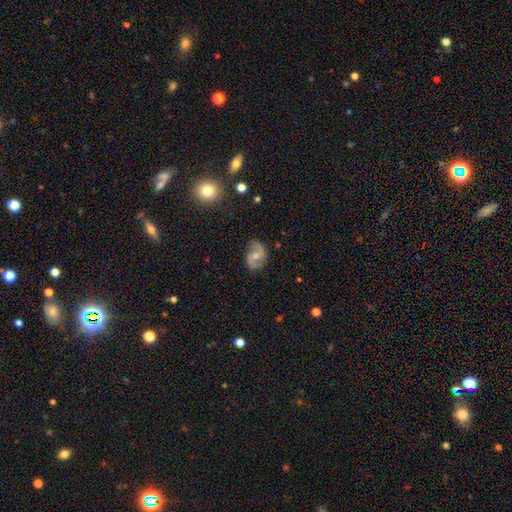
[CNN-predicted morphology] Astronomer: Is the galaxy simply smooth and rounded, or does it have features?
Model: featured or disk — 69%.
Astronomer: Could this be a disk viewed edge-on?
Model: no — 97%.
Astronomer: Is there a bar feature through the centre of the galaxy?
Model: no — 45% (runner-up: weak, 43%).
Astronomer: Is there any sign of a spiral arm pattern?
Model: yes — 90%.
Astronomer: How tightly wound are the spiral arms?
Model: loose — 44% (runner-up: medium, 42%).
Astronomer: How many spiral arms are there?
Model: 2 — 89%.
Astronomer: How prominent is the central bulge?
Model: moderate — 50% (runner-up: small, 44%).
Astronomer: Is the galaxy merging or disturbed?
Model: none — 75%.